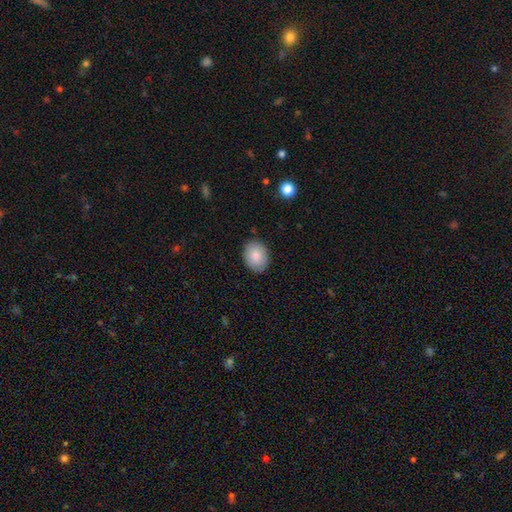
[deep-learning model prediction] Smooth or featured? smooth (84%)
How rounded? in between (65%)
Merging? none (86%)